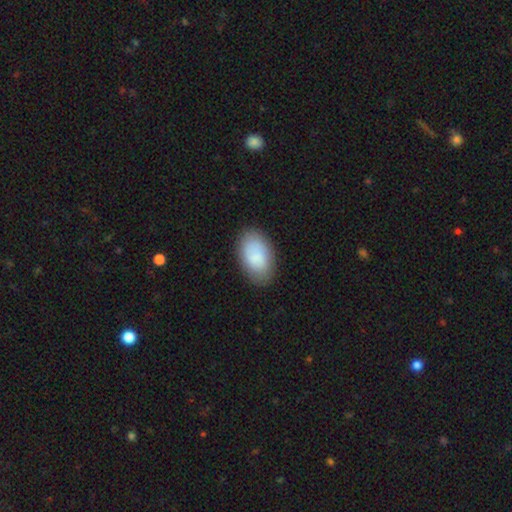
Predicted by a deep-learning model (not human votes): This appears to be a smooth galaxy with no disk features (82%) that is in between round and cigar-shaped (93%). Merging: none (84%).